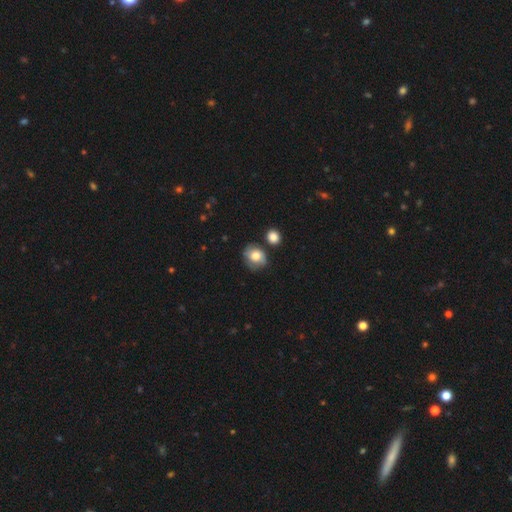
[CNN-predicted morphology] smooth-or-featured: smooth: 69% | featured or disk: 23% | star or artifact: 9%
  how-rounded: round: 60% | in between: 39% | cigar-shaped: 1%
  merging: none: 63% | minor disturbance: 22% | merger: 8% | major disturbance: 7%